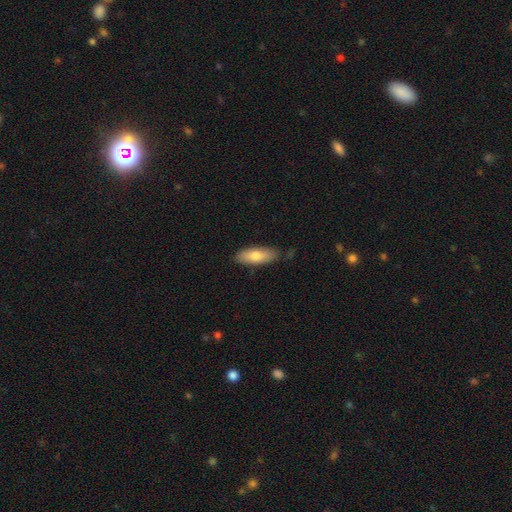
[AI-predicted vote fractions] Smooth or featured? Predicted: smooth (p=0.75). How rounded? Predicted: in between (p=0.69). Merging? Predicted: none (p=0.81).